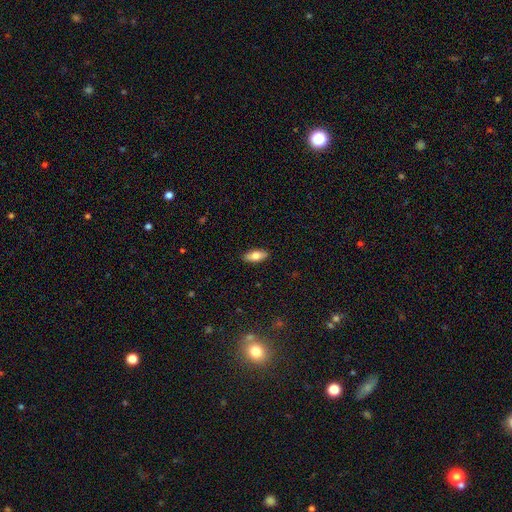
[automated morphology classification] type=smooth (77%); roundness=in between (83%); merging=none (90%).